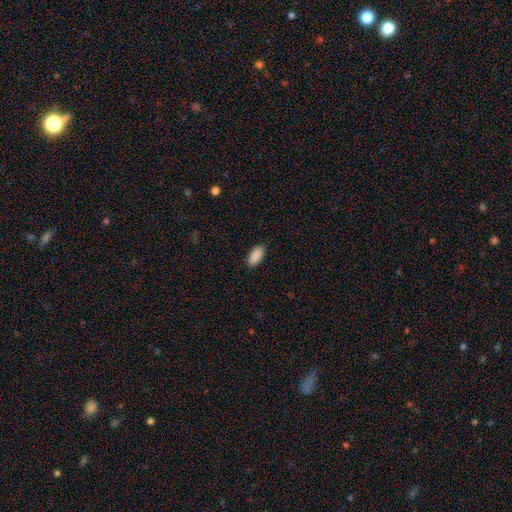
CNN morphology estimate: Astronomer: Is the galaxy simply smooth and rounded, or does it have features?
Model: smooth — 91%.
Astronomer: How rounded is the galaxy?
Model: in between — 93%.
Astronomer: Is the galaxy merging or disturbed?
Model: none — 89%.